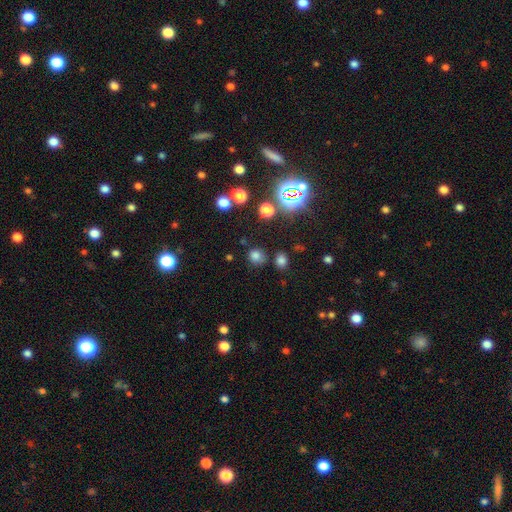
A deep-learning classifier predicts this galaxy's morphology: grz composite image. It shows a smooth galaxy with no disk features (70%) that is round (86%). Merging: none (78%).